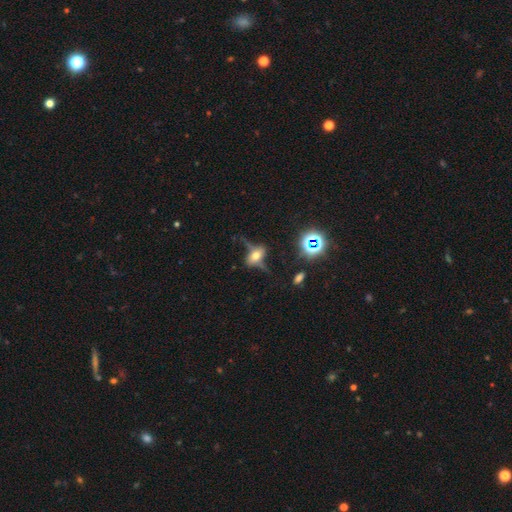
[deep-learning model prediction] featured or disk 58%, smooth 26%, star or artifact 16%. Down the decision tree: edge-on disk — yes (62%); merging — none (54%).